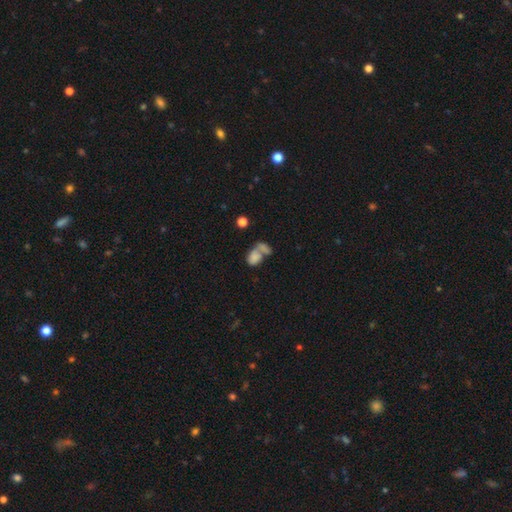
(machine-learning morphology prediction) smooth-or-featured: smooth: 71% | featured or disk: 18% | star or artifact: 11%
  how-rounded: in between: 71% | round: 26% | cigar-shaped: 2%
  merging: merger: 61% | none: 19% | major disturbance: 11% | minor disturbance: 9%